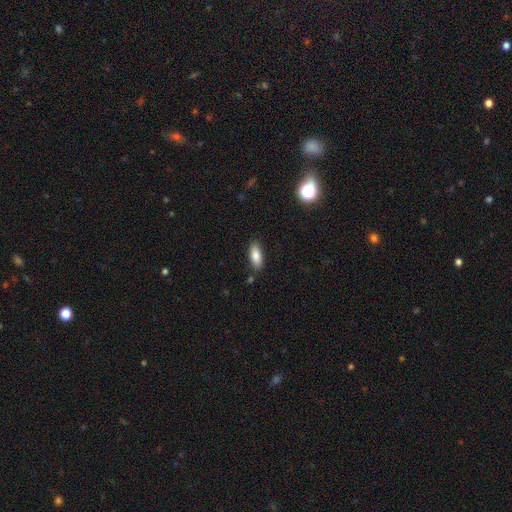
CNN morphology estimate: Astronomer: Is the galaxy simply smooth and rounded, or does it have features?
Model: smooth — 84%.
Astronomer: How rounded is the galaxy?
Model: in between — 79%.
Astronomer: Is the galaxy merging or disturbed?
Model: none — 85%.